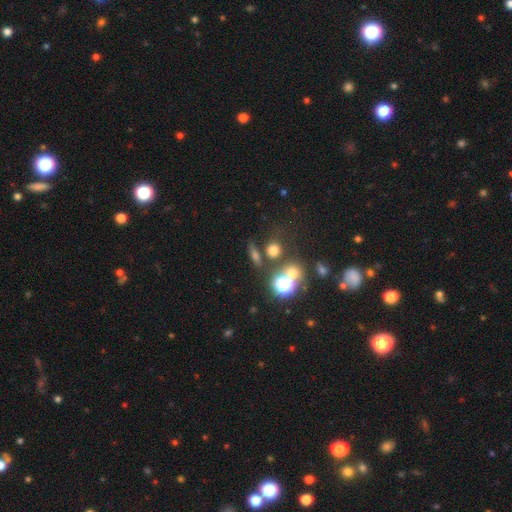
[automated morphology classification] smooth-or-featured: smooth: 50% | star or artifact: 32% | featured or disk: 18%
  how-rounded: round: 47% | in between: 33% | cigar-shaped: 20%
  merging: none: 73% | merger: 12% | minor disturbance: 10% | major disturbance: 5%